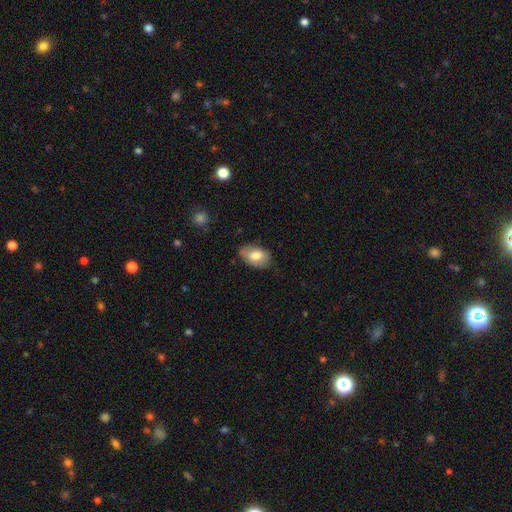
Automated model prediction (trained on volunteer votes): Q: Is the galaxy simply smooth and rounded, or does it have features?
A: smooth — 75%.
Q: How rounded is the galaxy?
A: in between — 88%.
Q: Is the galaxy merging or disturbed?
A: none — 71%.